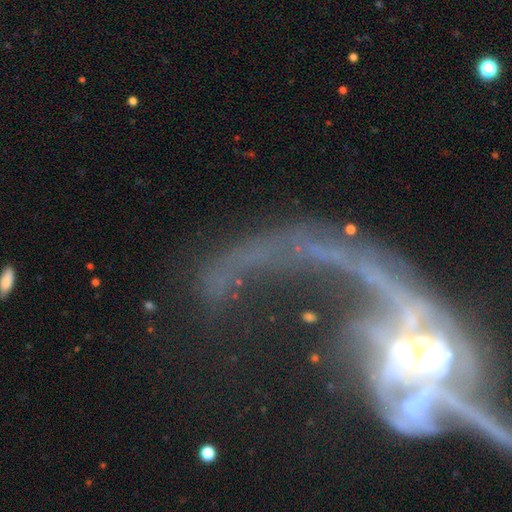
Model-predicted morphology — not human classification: This is likely a featured or disk galaxy (71%). It is clearly not viewed edge-on (87%). Bar: marginally no (40%). Spiral arm pattern: likely yes (67%). Central bulge: marginally moderate (38%). Merging: possibly major disturbance (46%).